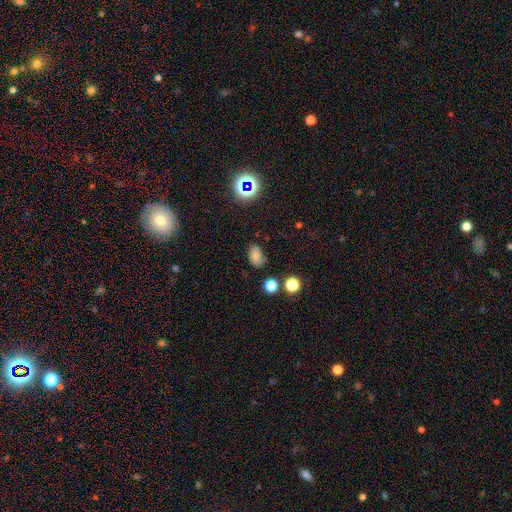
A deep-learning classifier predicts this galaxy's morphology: Smooth or featured? smooth (74%)
How rounded? in between (83%)
Merging? none (66%)